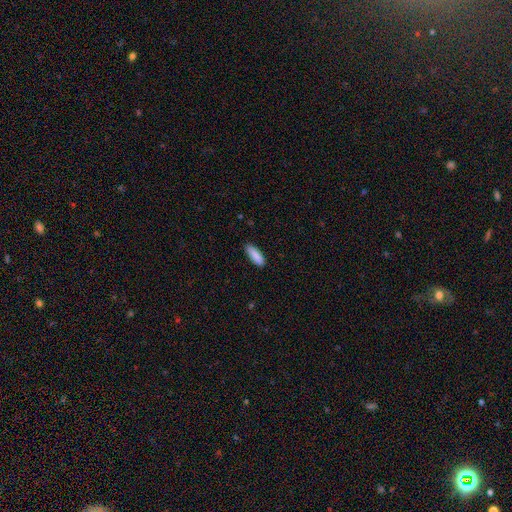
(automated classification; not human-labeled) Smooth or featured? Predicted: smooth (p=0.89). How rounded? Predicted: in between (p=0.50). Merging? Predicted: none (p=0.85).